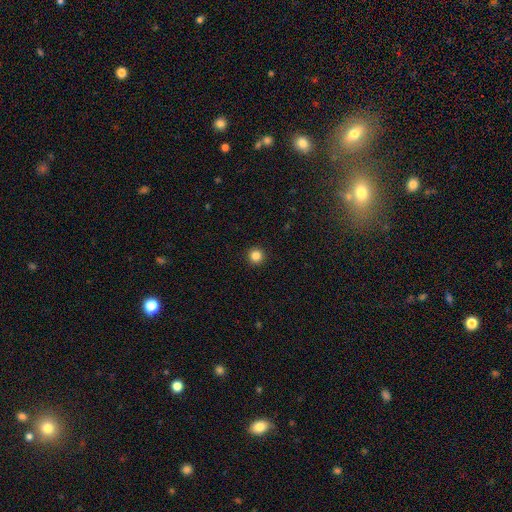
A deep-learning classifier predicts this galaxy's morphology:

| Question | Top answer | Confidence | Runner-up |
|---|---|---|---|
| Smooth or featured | smooth | 84% | star or artifact (12%) |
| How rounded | round | 96% | in between (3%) |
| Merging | none | 94% | minor disturbance (4%) |